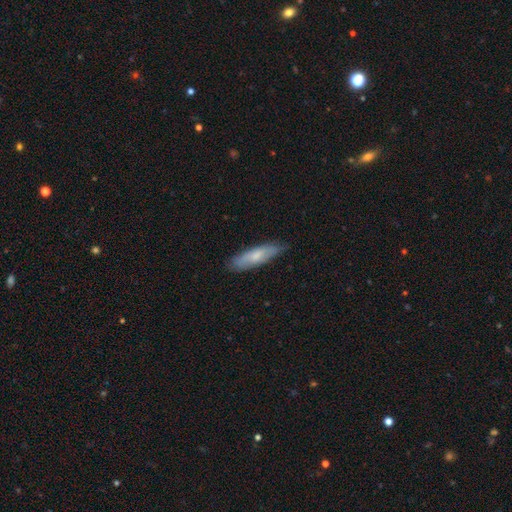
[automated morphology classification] Smooth or featured? Predicted: smooth (p=0.66). How rounded? Predicted: cigar-shaped (p=0.63). Merging? Predicted: none (p=0.80).